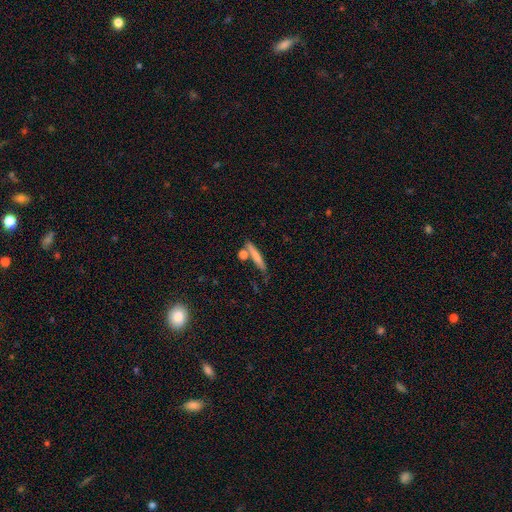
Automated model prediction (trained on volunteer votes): Smooth or featured?
  - smooth: 67% *
  - featured or disk: 26%
  - star or artifact: 7%
How rounded?
  - cigar-shaped: 89% *
  - in between: 7%
  - round: 4%
Merging?
  - none: 69% *
  - merger: 14%
  - minor disturbance: 13%
  - major disturbance: 4%